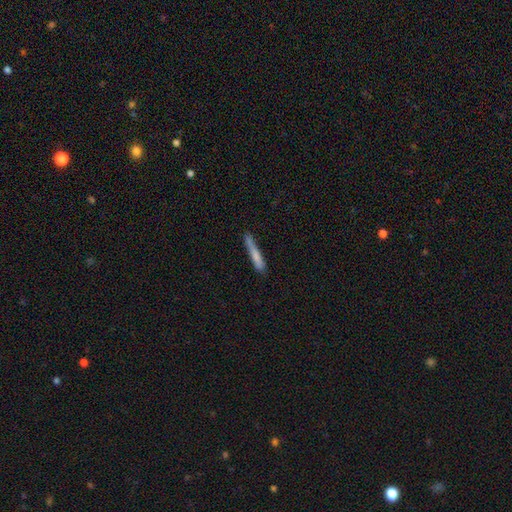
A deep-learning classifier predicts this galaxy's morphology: smooth 72%, featured or disk 22%, star or artifact 7%. Down the decision tree: how rounded — cigar-shaped (94%); merging — none (67%).